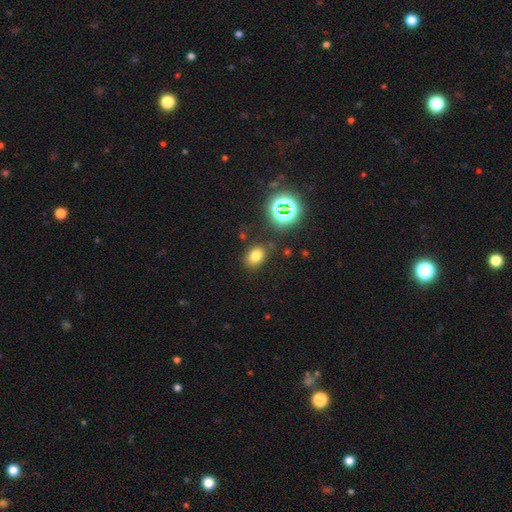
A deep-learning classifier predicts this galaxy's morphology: type=smooth (72%); roundness=in between (68%); merging=none (79%).